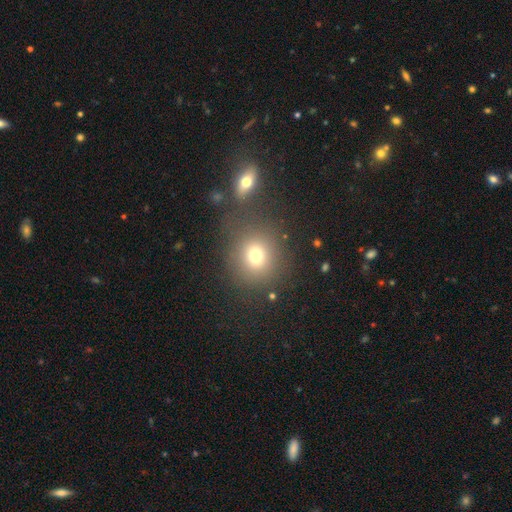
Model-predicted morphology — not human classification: This appears to be a smooth galaxy with no disk features (73%) that is round (85%). Merging: none (72%).